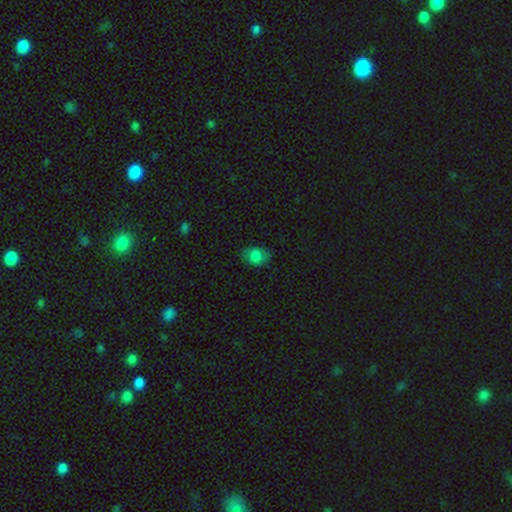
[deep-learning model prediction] This appears to be a smooth galaxy with no disk features (77%) that is in between round and cigar-shaped (65%). Merging: none (77%).